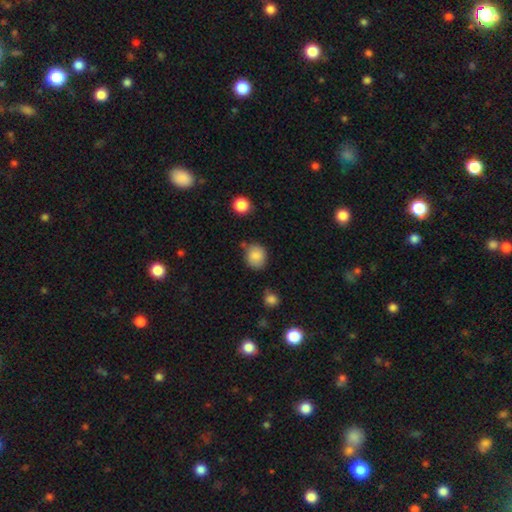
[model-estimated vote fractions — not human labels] The model was most divided on "how rounded": round: 76%, in between: 23%, cigar-shaped: 1%. More confident: smooth or featured — smooth (84%); merging — none (75%).